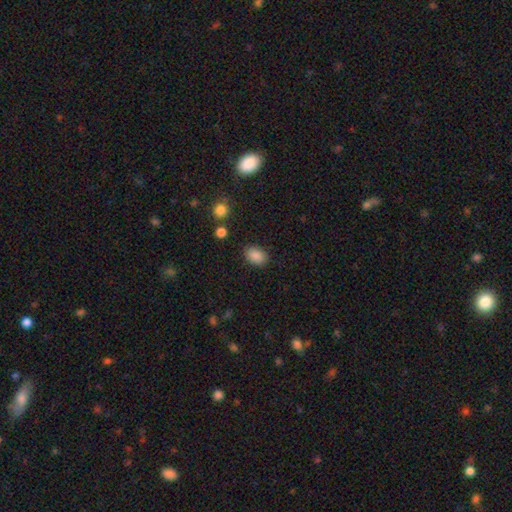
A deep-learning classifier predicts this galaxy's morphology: Overall: smooth (87%). How rounded: in between (81%). Merging: none (86%).